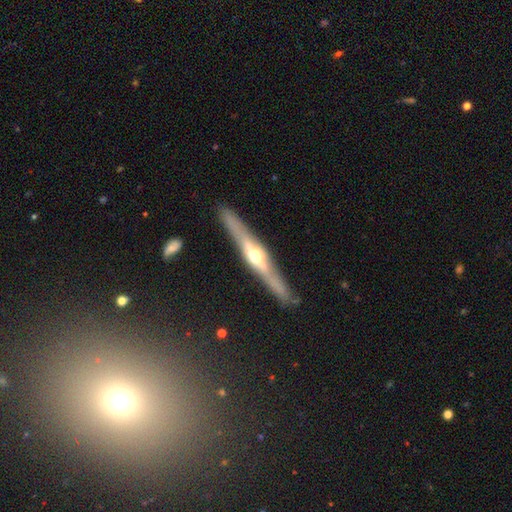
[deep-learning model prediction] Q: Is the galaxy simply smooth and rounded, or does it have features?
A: featured or disk — 75%.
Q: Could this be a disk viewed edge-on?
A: yes — 96%.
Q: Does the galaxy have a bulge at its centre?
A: rounded — 93%.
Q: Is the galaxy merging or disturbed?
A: none — 88%.